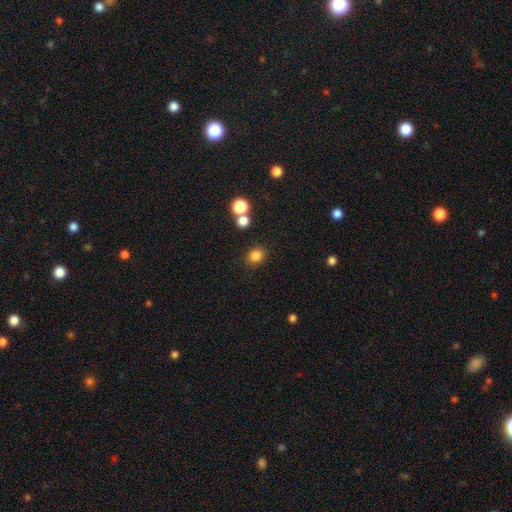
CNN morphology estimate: smooth_or_featured: smooth (p=0.83) [alt: star or artifact p=0.13]
how_rounded: round (p=0.70) [alt: in between p=0.30]
merging: none (p=0.83) [alt: minor disturbance p=0.08]